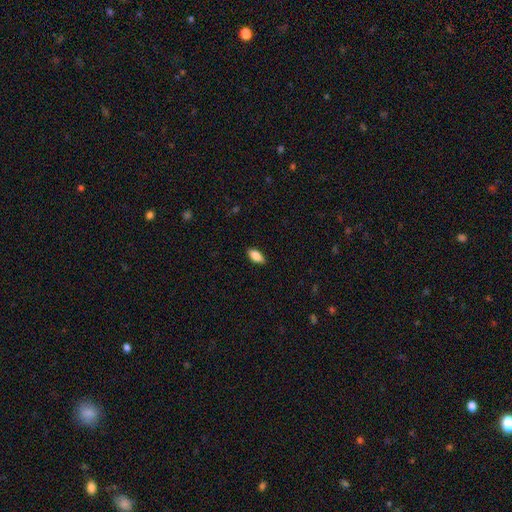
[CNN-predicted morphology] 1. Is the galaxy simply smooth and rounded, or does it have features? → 84% smooth, 9% featured or disk, 7% star or artifact.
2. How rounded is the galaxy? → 89% in between, 8% cigar-shaped, 3% round.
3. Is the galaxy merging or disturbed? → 86% none, 11% minor disturbance, 2% major disturbance, 1% merger.